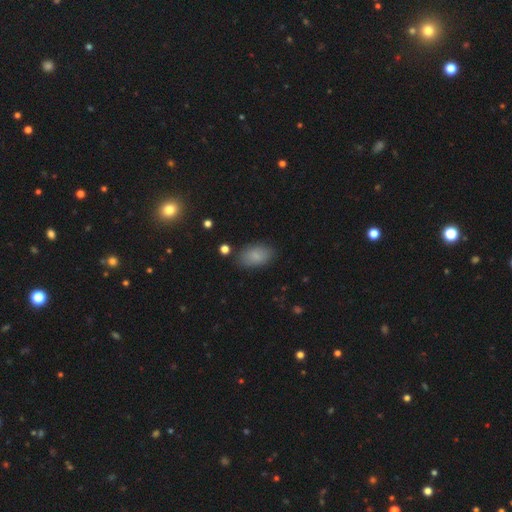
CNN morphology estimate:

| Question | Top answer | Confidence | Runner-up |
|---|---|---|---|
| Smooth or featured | smooth | 84% | star or artifact (8%) |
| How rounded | in between | 91% | round (7%) |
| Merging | none | 82% | minor disturbance (12%) |